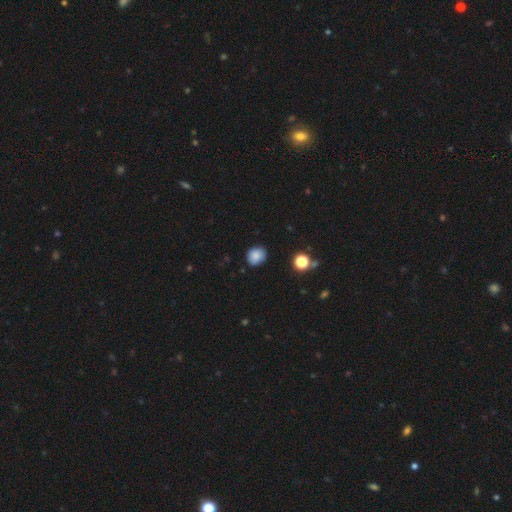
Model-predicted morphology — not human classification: The model was most divided on "how rounded": round: 73%, in between: 26%, cigar-shaped: 1%. More confident: smooth or featured — smooth (85%); merging — none (80%).